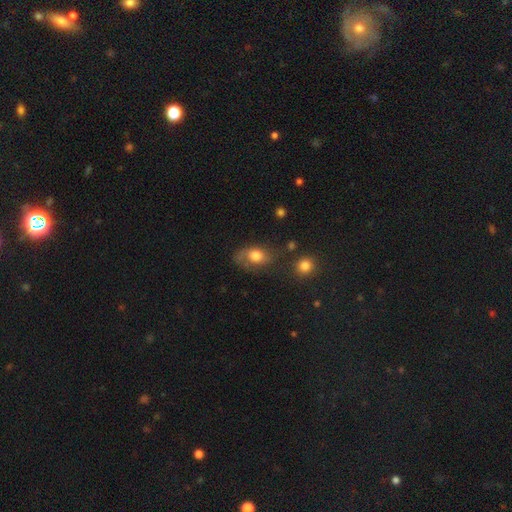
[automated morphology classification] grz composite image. It shows a smooth galaxy with no disk features (62%) that is in between round and cigar-shaped (76%). Merging: none (47%).